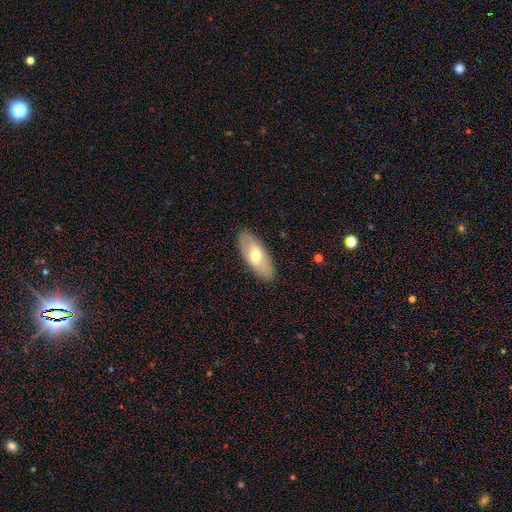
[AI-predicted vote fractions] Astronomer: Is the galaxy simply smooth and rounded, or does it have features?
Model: smooth — 57% (runner-up: featured or disk, 37%).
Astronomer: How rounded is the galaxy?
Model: in between — 85%.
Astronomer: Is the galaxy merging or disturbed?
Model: none — 87%.